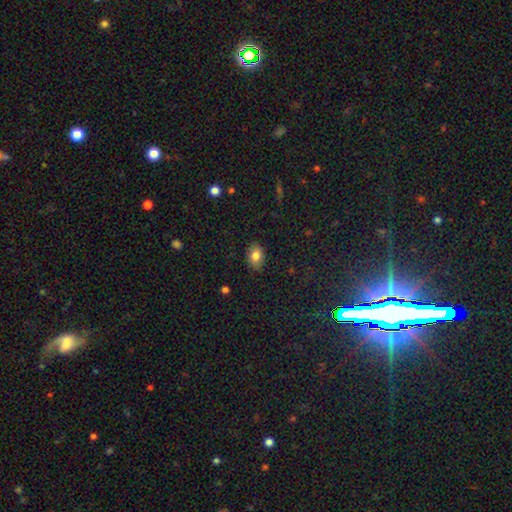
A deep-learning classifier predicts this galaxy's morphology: smooth-or-featured: smooth: 81% | featured or disk: 10% | star or artifact: 9%
  how-rounded: in between: 81% | round: 18% | cigar-shaped: 1%
  merging: none: 85% | minor disturbance: 12% | major disturbance: 2% | merger: 1%